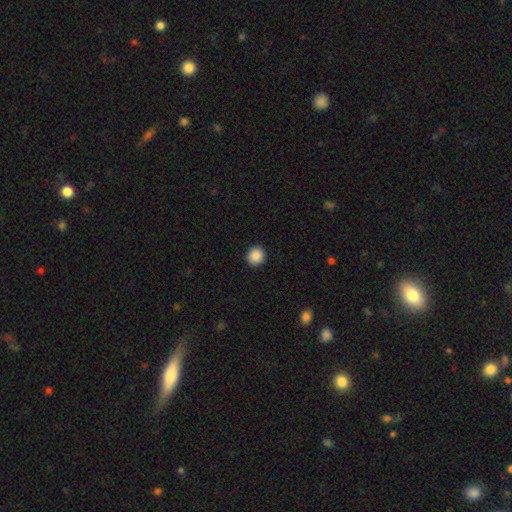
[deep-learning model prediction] Smooth or featured?
  - smooth: 89% *
  - star or artifact: 9%
  - featured or disk: 3%
How rounded?
  - round: 90% *
  - in between: 9%
  - cigar-shaped: 1%
Merging?
  - none: 92% *
  - minor disturbance: 5%
  - major disturbance: 2%
  - merger: 1%